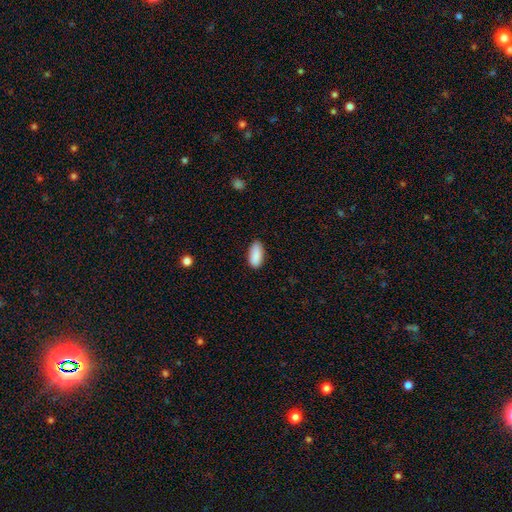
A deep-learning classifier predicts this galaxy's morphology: smooth-or-featured: smooth: 90% | star or artifact: 7% | featured or disk: 3%
  how-rounded: in between: 90% | cigar-shaped: 8% | round: 2%
  merging: none: 84% | minor disturbance: 13% | major disturbance: 2% | merger: 1%